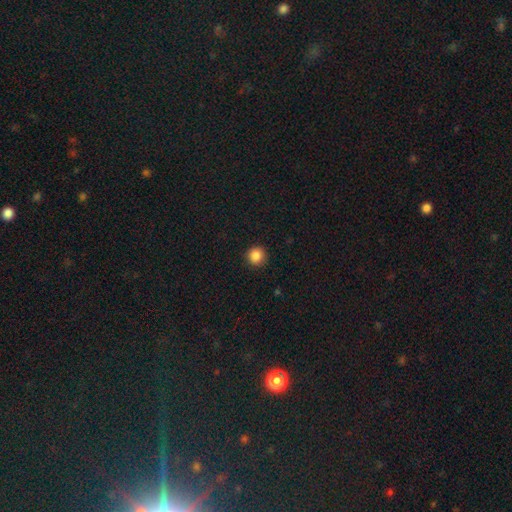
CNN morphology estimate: A smooth galaxy with no disk features (86%) that is round (94%). Merging: none (92%).